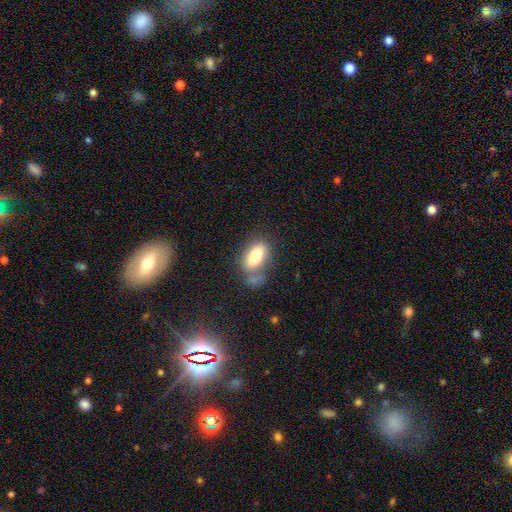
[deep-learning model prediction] A smooth galaxy with no disk features (79%) that is in between round and cigar-shaped (81%). Merging: none (40%).